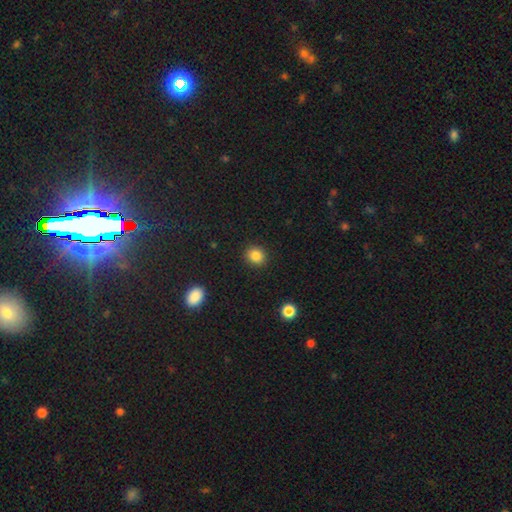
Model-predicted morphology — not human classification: Overall: smooth (85%). How rounded: round (80%). Merging: none (91%).